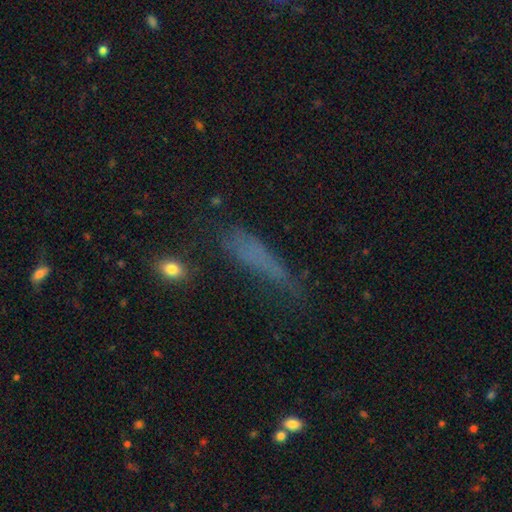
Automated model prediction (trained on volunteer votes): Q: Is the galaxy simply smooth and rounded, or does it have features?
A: smooth — 61%.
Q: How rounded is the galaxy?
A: cigar-shaped — 78%.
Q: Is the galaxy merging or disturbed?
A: none — 54%.